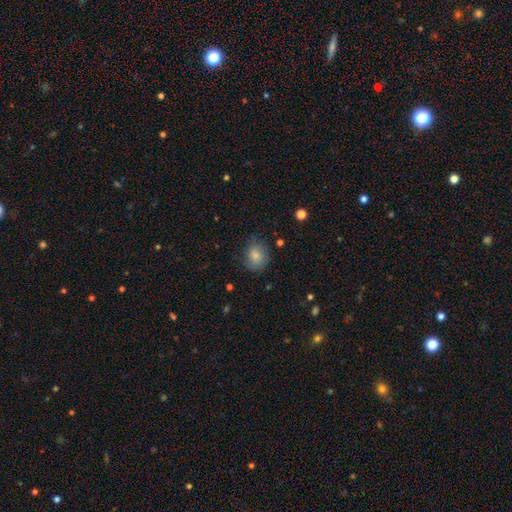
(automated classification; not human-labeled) Smooth or featured?
  - smooth: 82% *
  - featured or disk: 10%
  - star or artifact: 8%
How rounded?
  - round: 59% *
  - in between: 40%
  - cigar-shaped: 1%
Merging?
  - none: 72% *
  - minor disturbance: 21%
  - major disturbance: 6%
  - merger: 1%